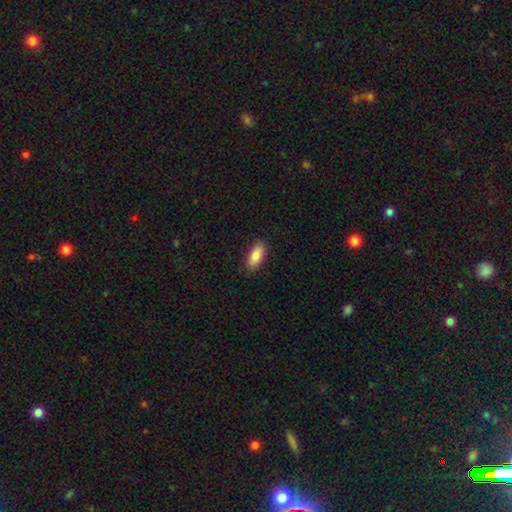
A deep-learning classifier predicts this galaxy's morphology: smooth-or-featured: smooth: 86% | featured or disk: 8% | star or artifact: 6%
  how-rounded: in between: 84% | cigar-shaped: 14% | round: 2%
  merging: none: 88% | minor disturbance: 9% | major disturbance: 2% | merger: 1%